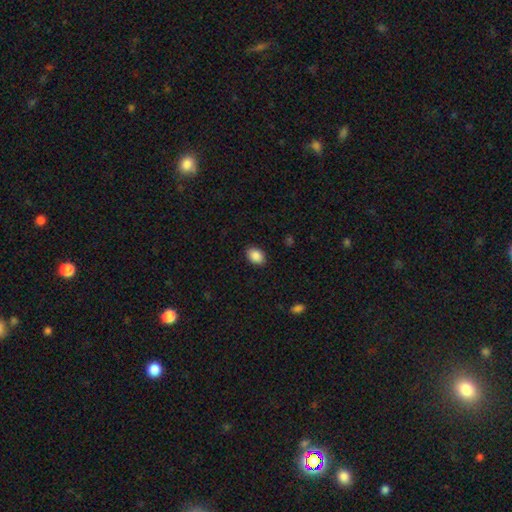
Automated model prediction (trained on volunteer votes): smooth 89%, star or artifact 8%, featured or disk 3%. Down the decision tree: how rounded — in between (72%); merging — none (88%).